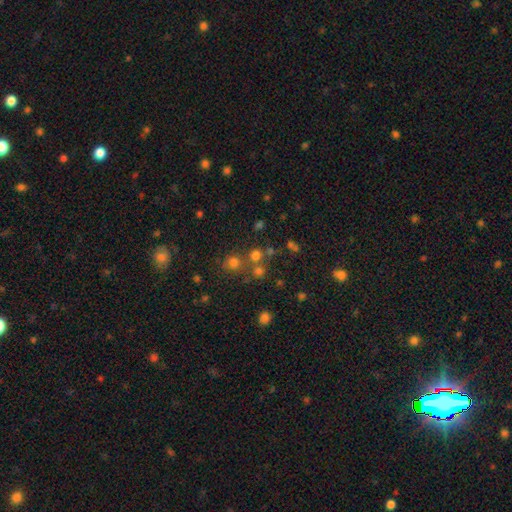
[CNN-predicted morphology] Smooth or featured: smooth — 65% (star or artifact — 26%)
How rounded: round — 88% (in between — 11%)
Merging: none — 64% (merger — 25%)